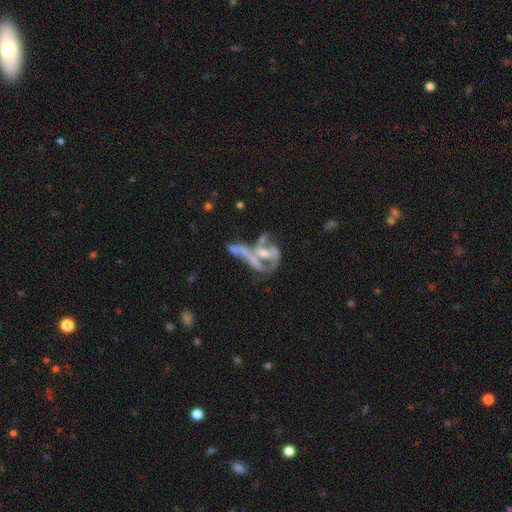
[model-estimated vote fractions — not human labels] Overall: featured or disk (68%). Edge-on disk: no (91%). Bar: no (65%). Spiral arms: yes (52%; no 48%). Bulge size: moderate (46%; small 34%). Merging: merger (52%; major disturbance 21%).